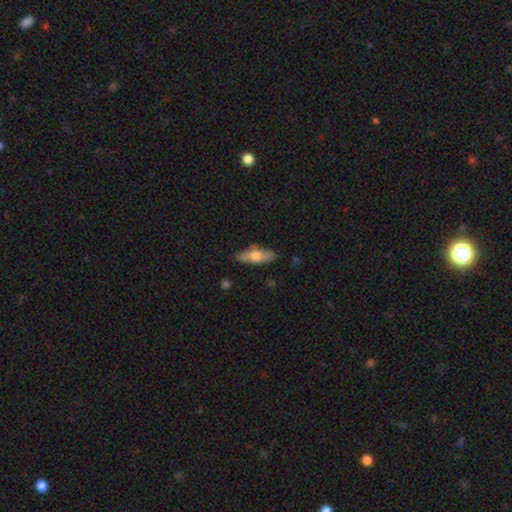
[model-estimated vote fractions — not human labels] This appears to be a smooth galaxy with no disk features (59%) that is in between round and cigar-shaped (55%). Merging: none (81%).